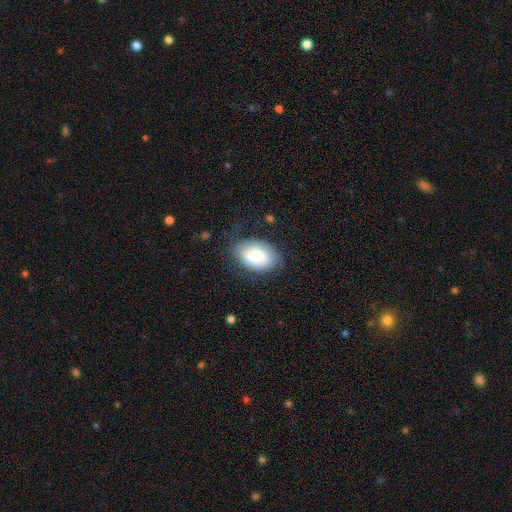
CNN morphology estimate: This is likely a smooth galaxy (75%). How rounded: clearly in between (85%). Merging: likely none (67%).